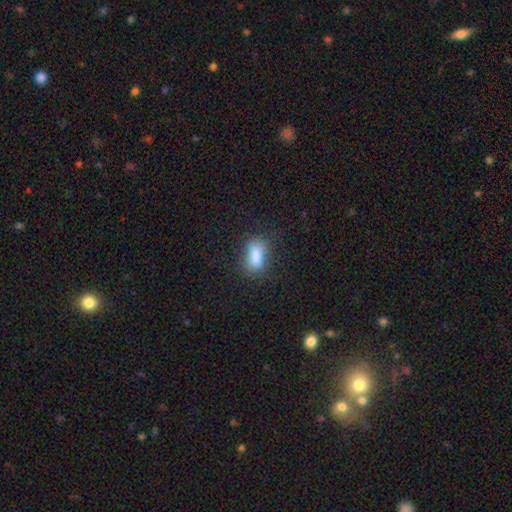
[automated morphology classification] Smooth or featured: smooth — 84% (star or artifact — 10%)
How rounded: in between — 86% (round — 8%)
Merging: none — 70% (minor disturbance — 19%)